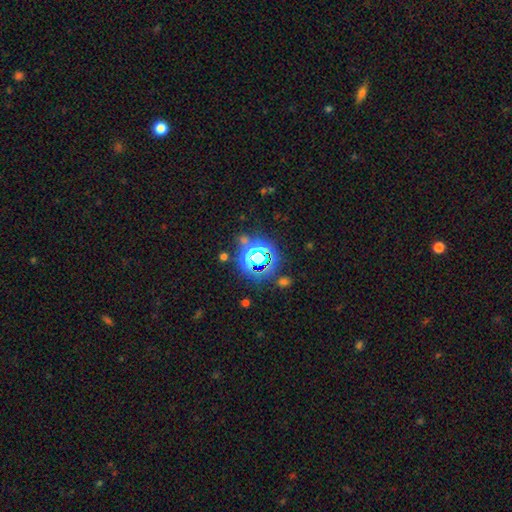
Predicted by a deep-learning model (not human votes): Q: Smooth or featured?
A: star or artifact (69%); runner-up: smooth (21%)